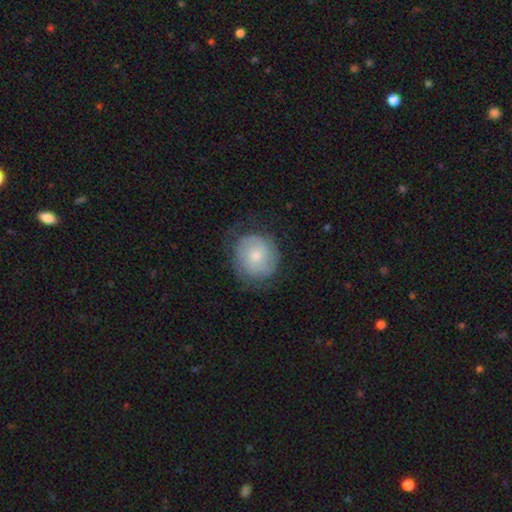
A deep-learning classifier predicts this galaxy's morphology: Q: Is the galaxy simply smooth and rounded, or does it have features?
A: smooth — 47%.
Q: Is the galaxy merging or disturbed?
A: none — 67%.